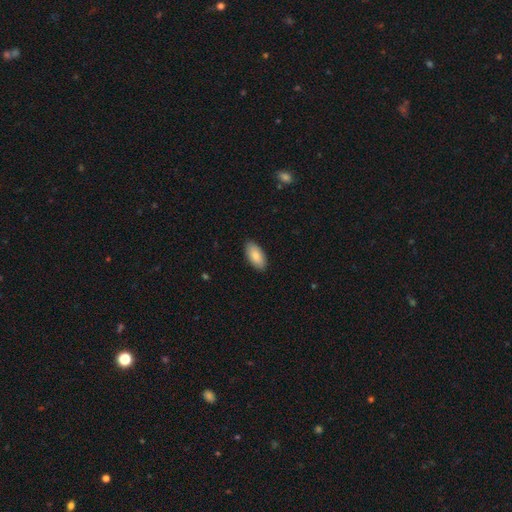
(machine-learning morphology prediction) A smooth galaxy with no disk features (86%) that is in between round and cigar-shaped (93%).

Vote fractions:
- Smooth or featured? smooth: 86% / featured or disk: 8% / star or artifact: 6%
- How rounded? in between: 93% / cigar-shaped: 5% / round: 2%
- Merging? none: 89% / minor disturbance: 8% / major disturbance: 2% / merger: 1%